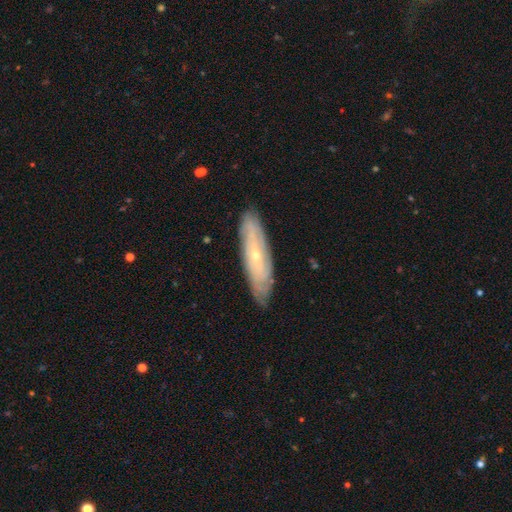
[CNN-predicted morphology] This is likely a featured or disk galaxy (71%). It is likely not viewed edge-on (67%). Merging: clearly none (84%).